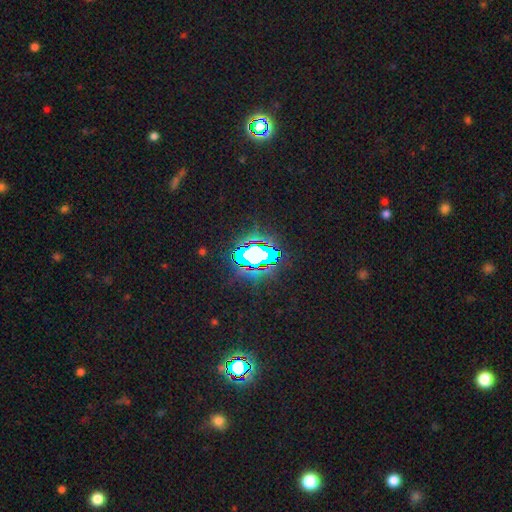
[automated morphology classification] Smooth or featured?
  - star or artifact: 63% *
  - smooth: 21%
  - featured or disk: 16%